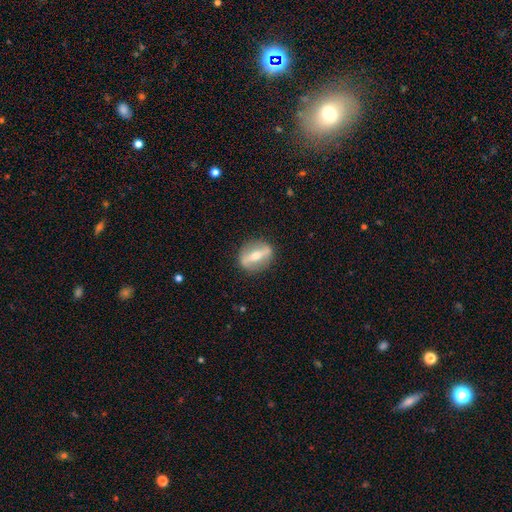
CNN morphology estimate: Smooth or featured?
  - featured or disk: 69% *
  - smooth: 25%
  - star or artifact: 6%
Edge-on disk?
  - no: 58% *
  - yes: 42%
Merging?
  - none: 87% *
  - minor disturbance: 9%
  - major disturbance: 3%
  - merger: 1%